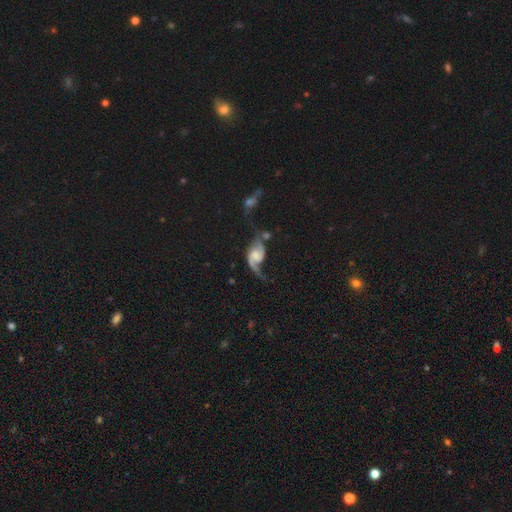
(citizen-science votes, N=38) Smooth or featured? 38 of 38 (100%) said featured or disk. Edge-on disk? 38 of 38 (100%) said no. Bar? 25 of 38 (66%) said weak. Spiral arms? 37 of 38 (97%) said yes. Spiral winding? 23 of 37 (62%) said loose. Spiral arm count? 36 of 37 (97%) said 2. Bulge size? 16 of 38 (42%) said none. Merging? 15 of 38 (39%) said none.